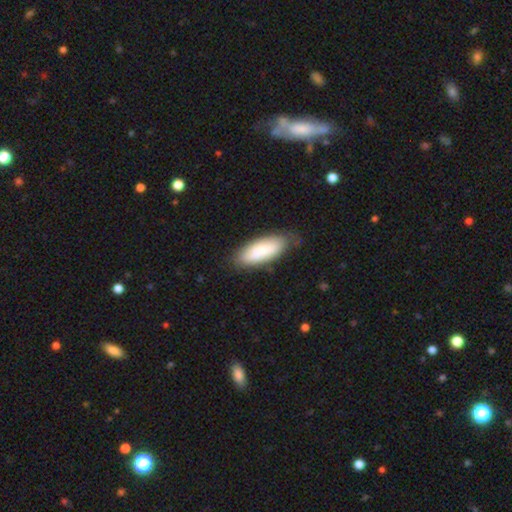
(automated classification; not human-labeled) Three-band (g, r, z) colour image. It shows a smooth galaxy with no disk features (63%) that is in between round and cigar-shaped (80%). Merging: none (70%).